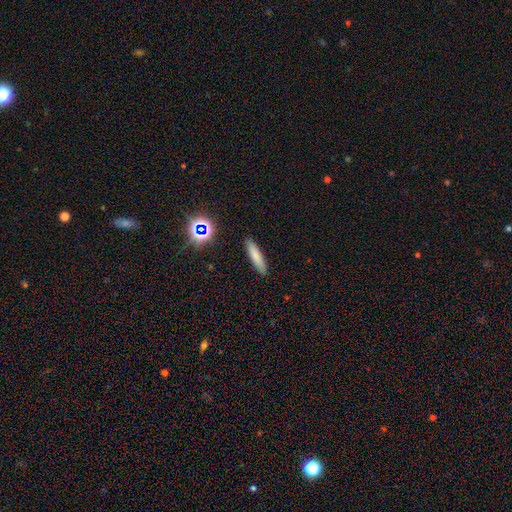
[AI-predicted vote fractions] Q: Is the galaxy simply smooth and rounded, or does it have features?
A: smooth — 77%.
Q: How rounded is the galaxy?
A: cigar-shaped — 84%.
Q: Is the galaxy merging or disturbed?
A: none — 89%.